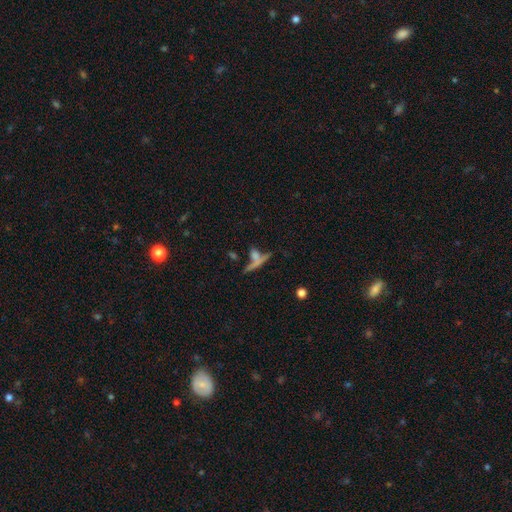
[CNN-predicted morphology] This appears to be a star or artifact, not a galaxy (45%).